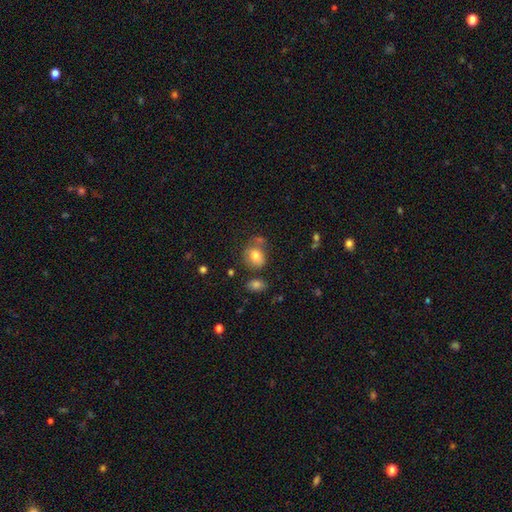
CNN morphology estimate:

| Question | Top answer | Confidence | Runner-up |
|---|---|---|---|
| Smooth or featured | smooth | 77% | featured or disk (14%) |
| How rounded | round | 52% | in between (47%) |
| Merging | none | 58% | minor disturbance (18%) |